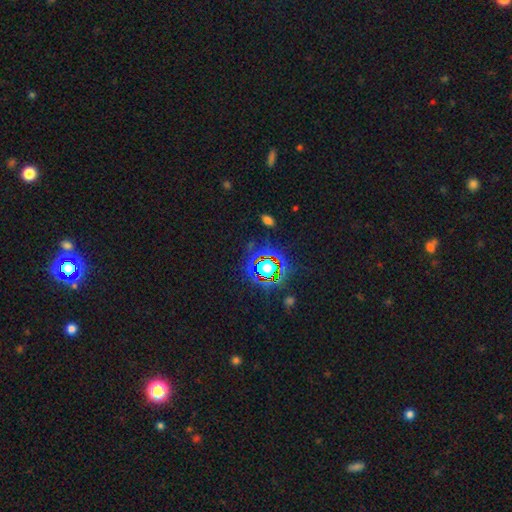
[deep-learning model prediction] Q: Smooth or featured?
A: star or artifact (80%); runner-up: smooth (12%)